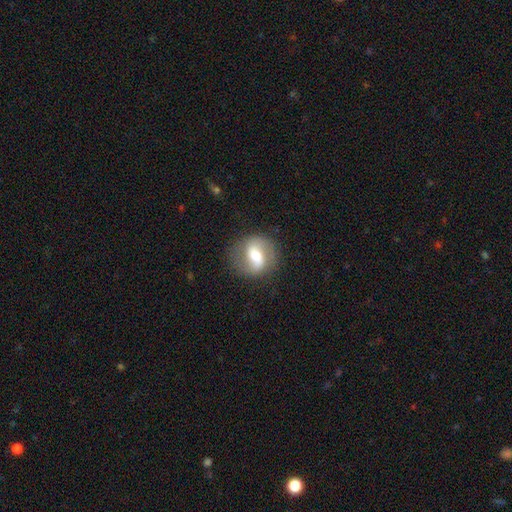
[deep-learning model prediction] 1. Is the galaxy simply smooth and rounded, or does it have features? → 64% featured or disk, 30% smooth, 7% star or artifact.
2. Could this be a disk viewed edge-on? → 95% no, 5% yes.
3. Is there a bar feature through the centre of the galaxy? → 41% weak, 39% strong, 21% no.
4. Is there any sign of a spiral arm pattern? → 77% yes, 23% no.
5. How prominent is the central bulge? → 67% moderate, 18% small, 12% large, 2% dominant, 1% none.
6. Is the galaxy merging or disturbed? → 80% none, 13% minor disturbance, 6% major disturbance, 1% merger.